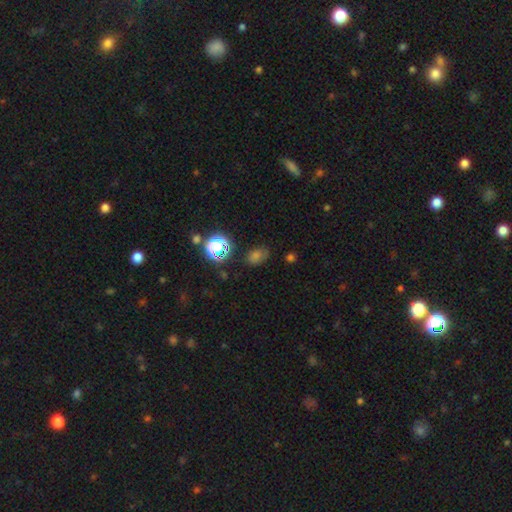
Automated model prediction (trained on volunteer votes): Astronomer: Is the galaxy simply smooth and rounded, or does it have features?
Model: smooth — 53% (runner-up: star or artifact, 38%).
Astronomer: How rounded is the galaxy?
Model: in between — 57% (runner-up: round, 41%).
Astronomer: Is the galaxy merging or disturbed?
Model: none — 79%.